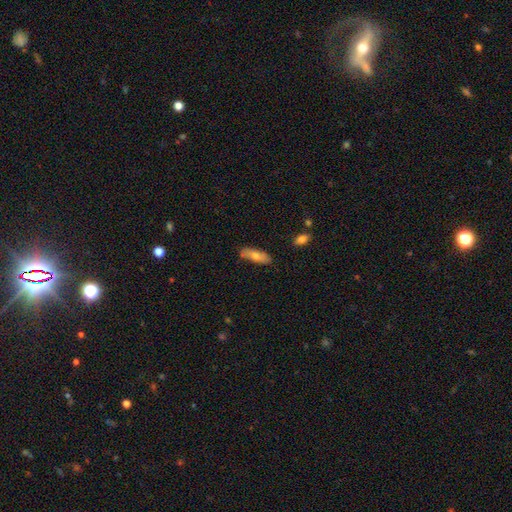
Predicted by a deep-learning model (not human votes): A smooth galaxy with no disk features (62%) that is in between round and cigar-shaped (49%). Merging: none (80%).